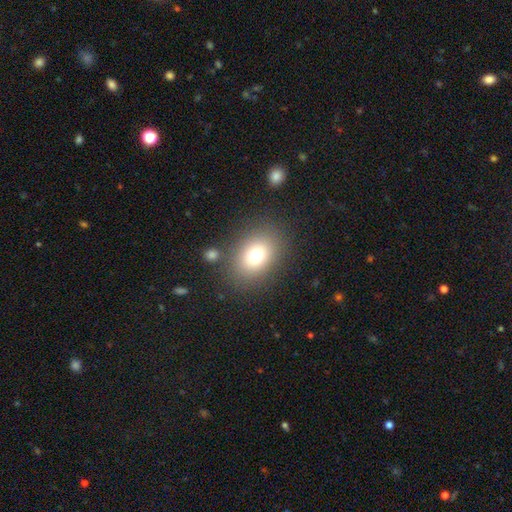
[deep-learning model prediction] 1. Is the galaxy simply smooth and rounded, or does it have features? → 75% smooth, 13% star or artifact, 12% featured or disk.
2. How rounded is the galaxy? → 64% in between, 35% round, 1% cigar-shaped.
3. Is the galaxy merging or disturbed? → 80% none, 10% minor disturbance, 5% merger, 5% major disturbance.